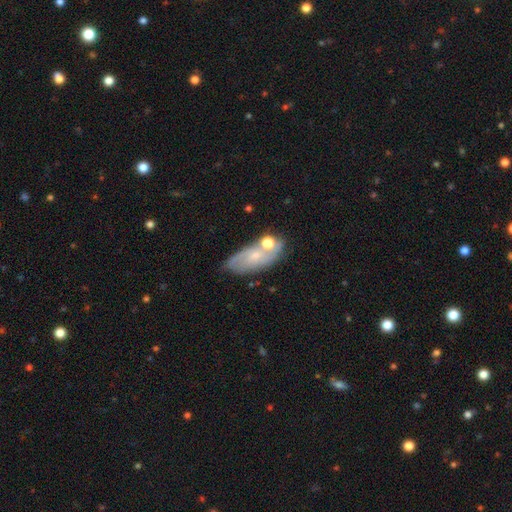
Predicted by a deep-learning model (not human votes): featured or disk 48%, smooth 43%, star or artifact 9%. Down the decision tree: merging — none (54%).